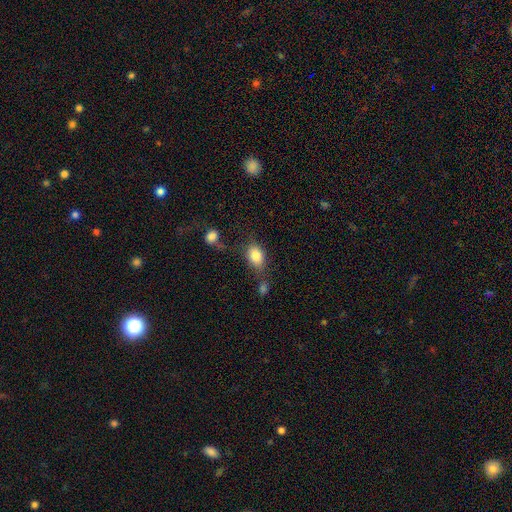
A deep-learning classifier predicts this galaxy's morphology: smooth-or-featured: smooth: 84% | featured or disk: 8% | star or artifact: 8%
  how-rounded: in between: 80% | round: 18% | cigar-shaped: 2%
  merging: none: 56% | minor disturbance: 20% | merger: 14% | major disturbance: 10%